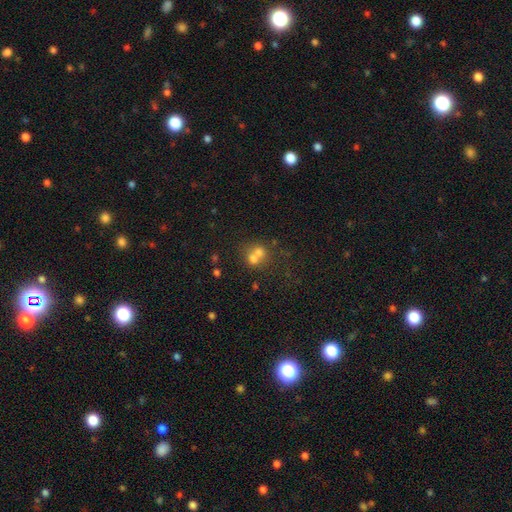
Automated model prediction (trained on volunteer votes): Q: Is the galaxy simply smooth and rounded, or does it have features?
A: smooth — 64%.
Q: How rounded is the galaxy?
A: round — 78%.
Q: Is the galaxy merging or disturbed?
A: merger — 61%.